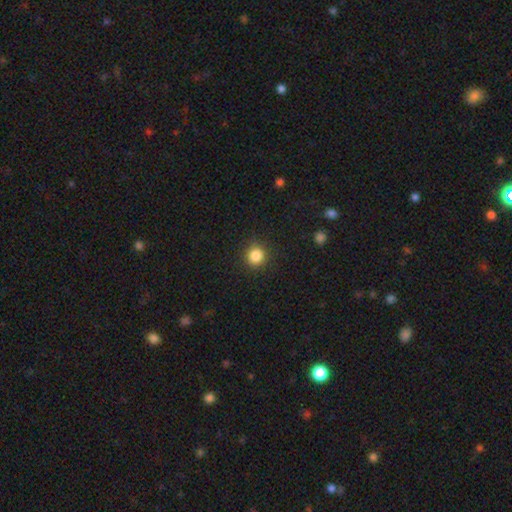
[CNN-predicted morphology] This is clearly a smooth galaxy (85%). How rounded: clearly round (92%). Merging: clearly none (90%).